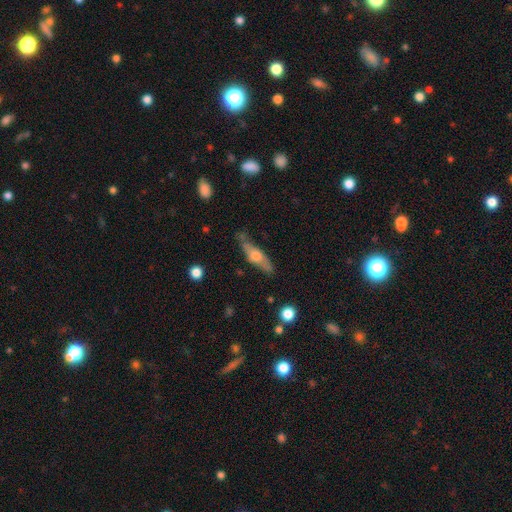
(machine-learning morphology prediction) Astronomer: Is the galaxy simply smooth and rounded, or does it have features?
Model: featured or disk — 50% (runner-up: smooth, 44%).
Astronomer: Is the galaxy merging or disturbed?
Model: none — 74%.